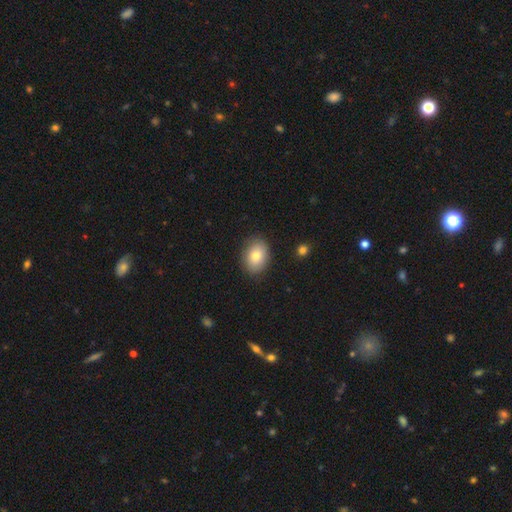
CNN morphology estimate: Smooth or featured? Predicted: smooth (p=0.79). How rounded? Predicted: in between (p=0.71). Merging? Predicted: none (p=0.86).